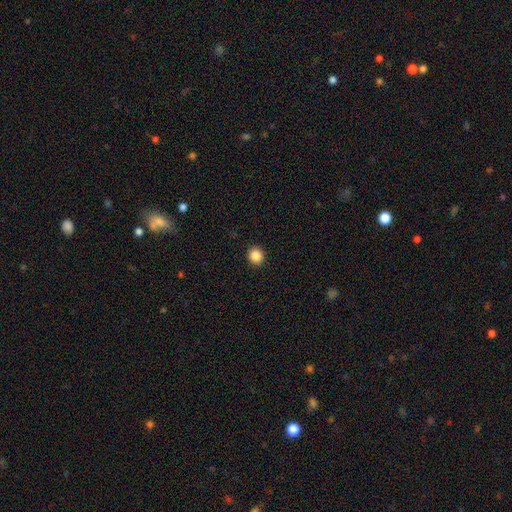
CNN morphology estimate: smooth 86%, star or artifact 10%, featured or disk 4%. Down the decision tree: how rounded — round (87%); merging — none (93%).